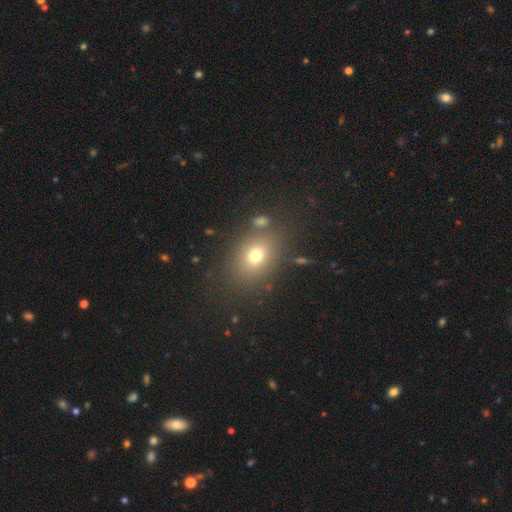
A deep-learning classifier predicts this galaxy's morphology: A smooth galaxy with no disk features (72%) that is in between round and cigar-shaped (60%).

Vote fractions:
- Smooth or featured? smooth: 72% / star or artifact: 15% / featured or disk: 13%
- How rounded? in between: 60% / round: 38% / cigar-shaped: 1%
- Merging? none: 77% / minor disturbance: 11% / merger: 6% / major disturbance: 6%